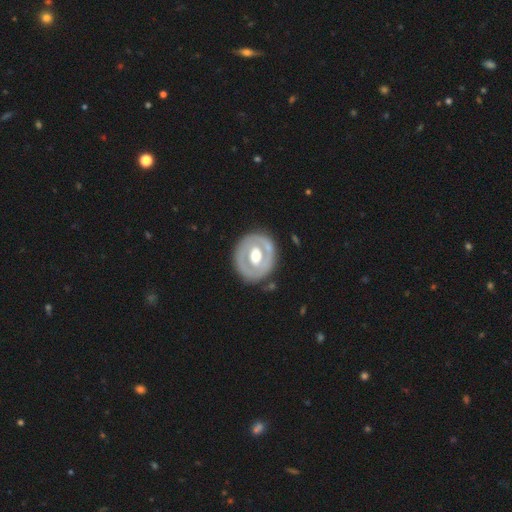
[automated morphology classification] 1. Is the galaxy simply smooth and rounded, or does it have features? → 66% featured or disk, 30% smooth, 4% star or artifact.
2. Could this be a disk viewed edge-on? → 95% no, 5% yes.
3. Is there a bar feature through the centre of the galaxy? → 57% no, 27% weak, 15% strong.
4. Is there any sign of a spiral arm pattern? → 79% no, 21% yes.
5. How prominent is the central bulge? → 61% moderate, 31% large, 5% small, 2% dominant, 1% none.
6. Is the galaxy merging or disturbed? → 80% none, 12% minor disturbance, 5% major disturbance, 2% merger.